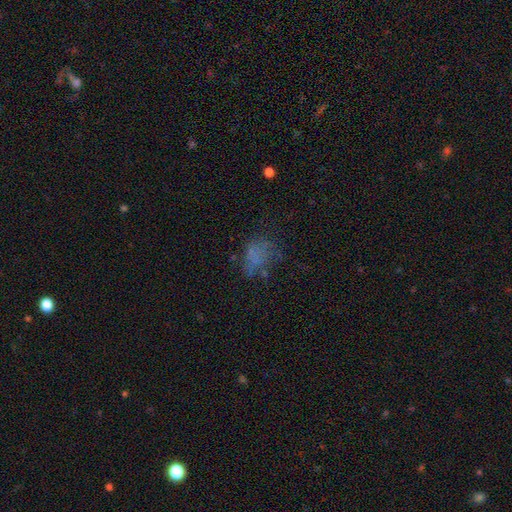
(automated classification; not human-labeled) Overall: smooth (51%; featured or disk 26%). How rounded: in between (63%; round 35%). Merging: none (47%; major disturbance 27%).